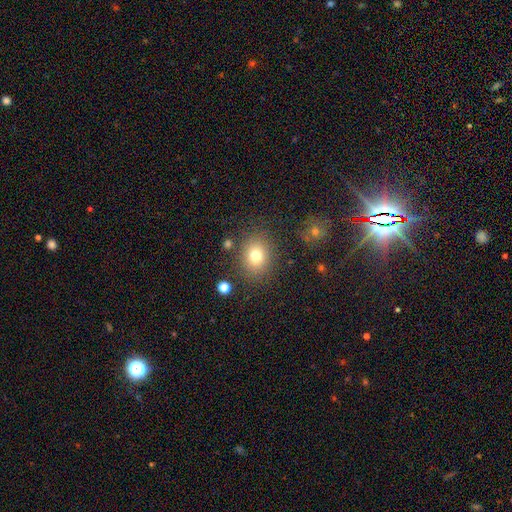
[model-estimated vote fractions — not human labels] smooth 76%, star or artifact 13%, featured or disk 11%. Down the decision tree: how rounded — round (58%); merging — none (82%).